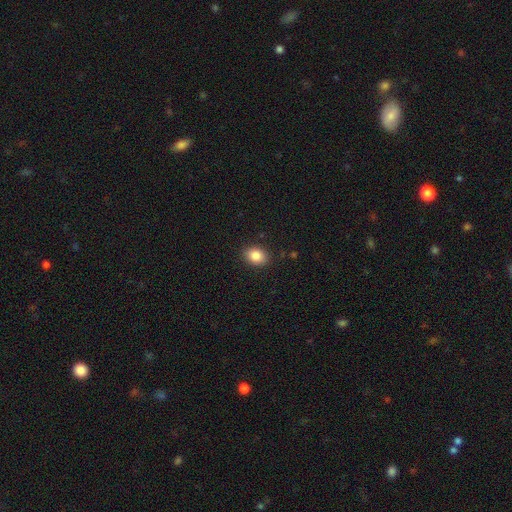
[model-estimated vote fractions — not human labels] smooth_or_featured: smooth (p=0.86) [alt: star or artifact p=0.09]
how_rounded: in between (p=0.66) [alt: round p=0.33]
merging: none (p=0.88) [alt: minor disturbance p=0.09]